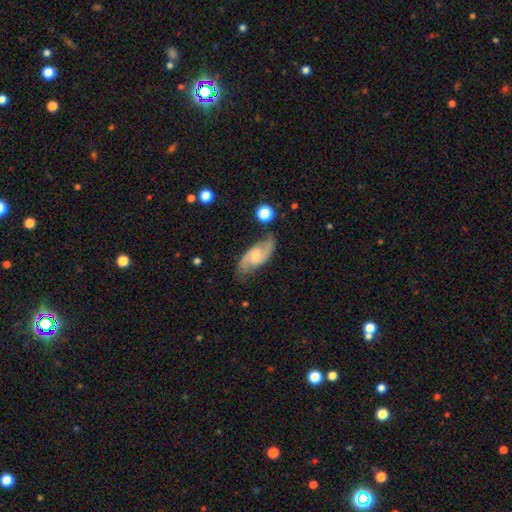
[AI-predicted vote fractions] Morphology: type=featured or disk (76%); edge-on=no (94%); bar=no (46%); spiral arms=yes (94%); winding=medium (45%); arm count=2 (90%); bulge=small (47%); merging=none (74%).